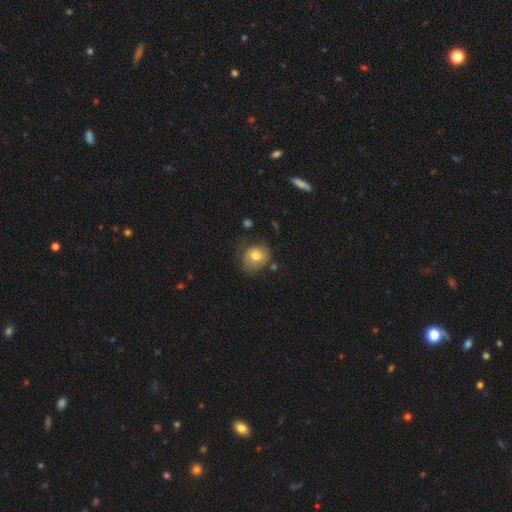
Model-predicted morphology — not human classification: Smooth or featured: smooth — 72% (featured or disk — 20%)
How rounded: round — 69% (in between — 30%)
Merging: none — 60% (minor disturbance — 26%)